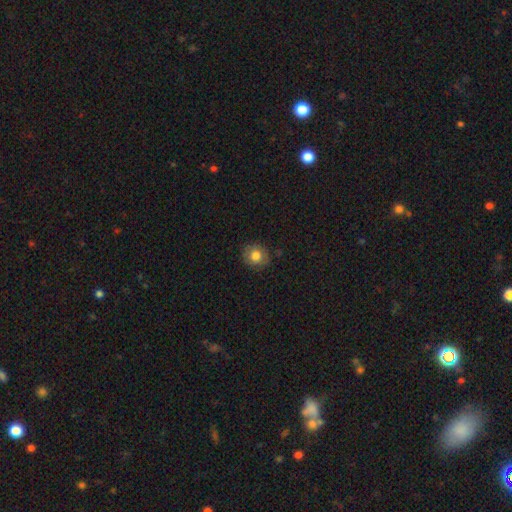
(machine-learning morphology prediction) A smooth galaxy with no disk features (80%) that is round (81%).

Vote fractions:
- Smooth or featured? smooth: 80% / star or artifact: 10% / featured or disk: 10%
- How rounded? round: 81% / in between: 18% / cigar-shaped: 1%
- Merging? none: 85% / minor disturbance: 11% / major disturbance: 3% / merger: 1%